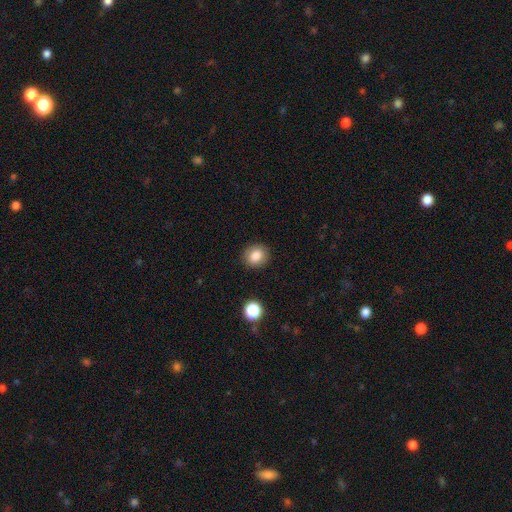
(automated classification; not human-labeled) Q: Smooth or featured?
A: smooth (83%); runner-up: star or artifact (10%)
Q: How rounded?
A: round (75%); runner-up: in between (24%)
Q: Merging?
A: none (89%); runner-up: minor disturbance (8%)